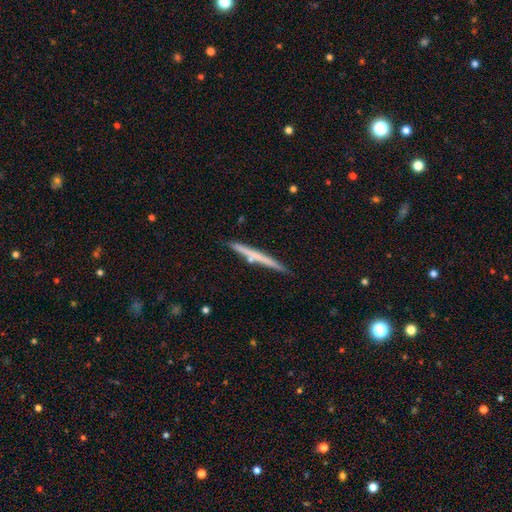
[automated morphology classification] Q: Smooth or featured?
A: smooth (48%); runner-up: featured or disk (47%)
Q: Merging?
A: none (86%); runner-up: minor disturbance (9%)